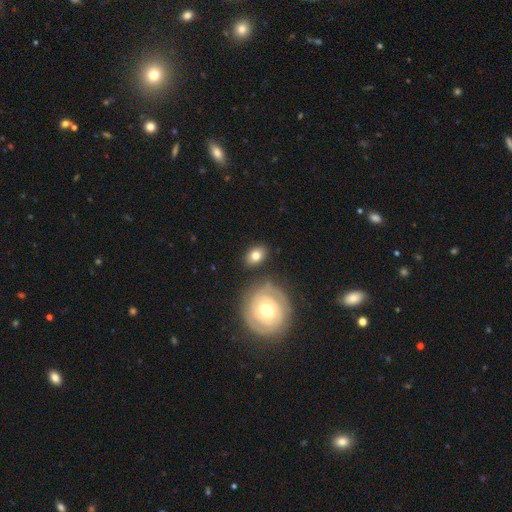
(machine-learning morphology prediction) smooth 74%, featured or disk 19%, star or artifact 7%. Down the decision tree: how rounded — in between (72%); merging — none (78%).